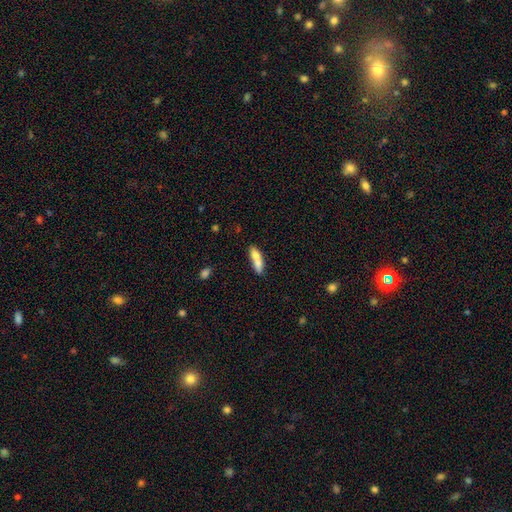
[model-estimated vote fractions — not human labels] Smooth or featured?
  - smooth: 73% *
  - featured or disk: 20%
  - star or artifact: 7%
How rounded?
  - cigar-shaped: 56% *
  - in between: 41%
  - round: 3%
Merging?
  - none: 42% *
  - merger: 37%
  - minor disturbance: 15%
  - major disturbance: 5%